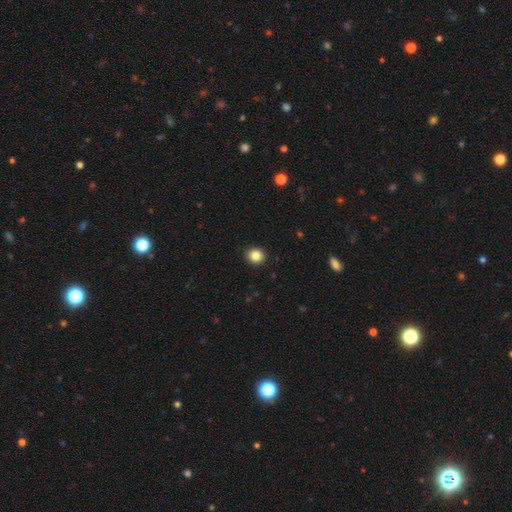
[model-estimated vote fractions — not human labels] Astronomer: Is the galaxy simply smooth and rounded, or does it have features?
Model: smooth — 85%.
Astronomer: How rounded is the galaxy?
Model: round — 84%.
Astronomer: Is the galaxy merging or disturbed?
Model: none — 92%.